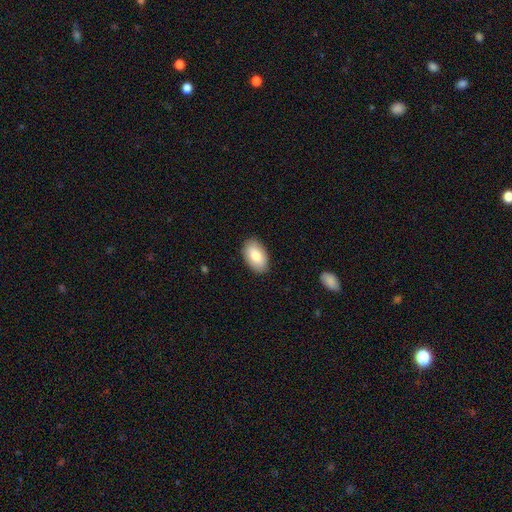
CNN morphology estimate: This is clearly a smooth galaxy (81%). How rounded: clearly in between (94%). Merging: clearly none (88%).